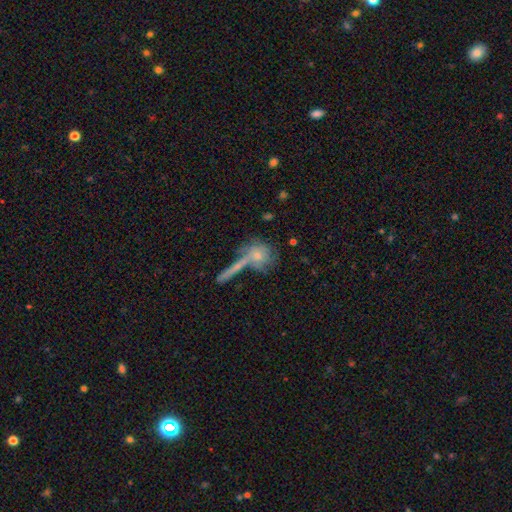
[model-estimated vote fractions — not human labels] smooth-or-featured: smooth: 54% | featured or disk: 36% | star or artifact: 10%
  how-rounded: round: 62% | in between: 24% | cigar-shaped: 14%
  merging: none: 49% | merger: 29% | minor disturbance: 13% | major disturbance: 9%